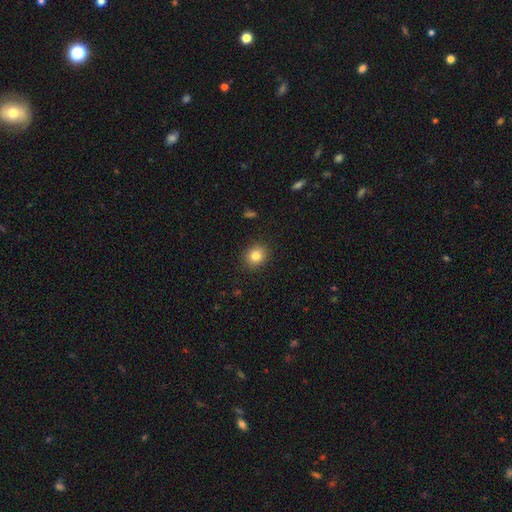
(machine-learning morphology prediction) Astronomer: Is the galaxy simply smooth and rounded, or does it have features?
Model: smooth — 81%.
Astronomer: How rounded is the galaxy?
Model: round — 73%.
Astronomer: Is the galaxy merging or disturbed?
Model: none — 90%.